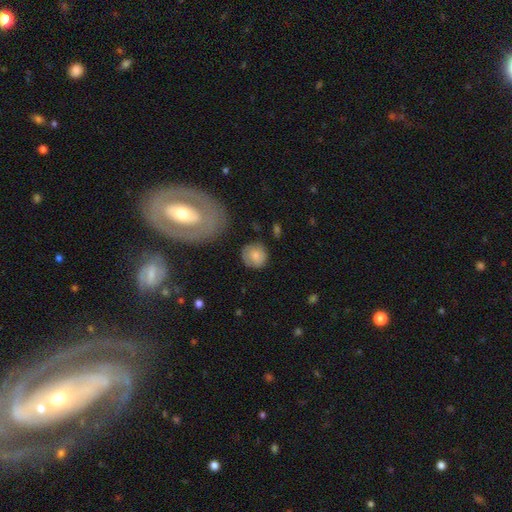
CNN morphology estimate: type=smooth (78%); roundness=round (90%); merging=none (81%).